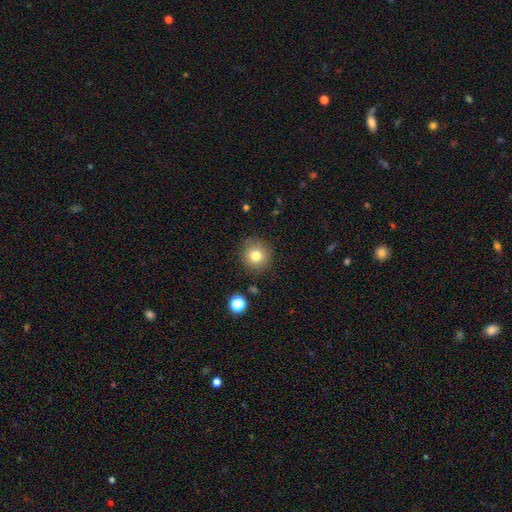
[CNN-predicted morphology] The model was most divided on "smooth or featured": smooth: 80%, star or artifact: 11%, featured or disk: 9%. More confident: how rounded — round (93%); merging — none (86%).